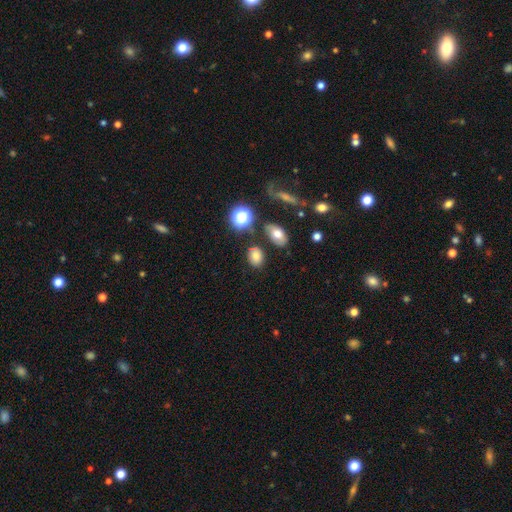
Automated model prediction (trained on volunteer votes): Q: Smooth or featured?
A: smooth (76%); runner-up: star or artifact (14%)
Q: How rounded?
A: in between (71%); runner-up: round (28%)
Q: Merging?
A: none (77%); runner-up: minor disturbance (12%)